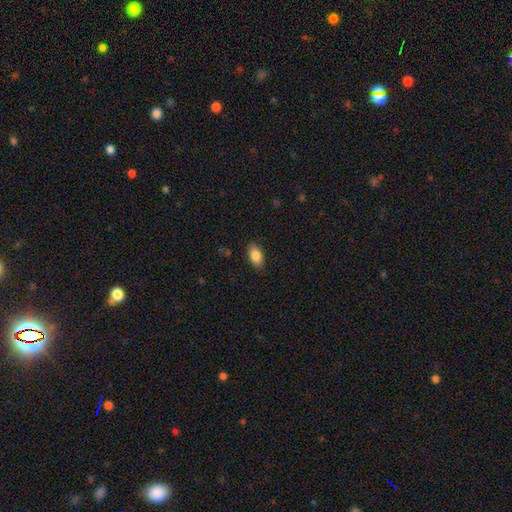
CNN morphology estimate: smooth_or_featured: smooth (p=0.86) [alt: star or artifact p=0.07]
how_rounded: in between (p=0.91) [alt: round p=0.05]
merging: none (p=0.87) [alt: minor disturbance p=0.10]